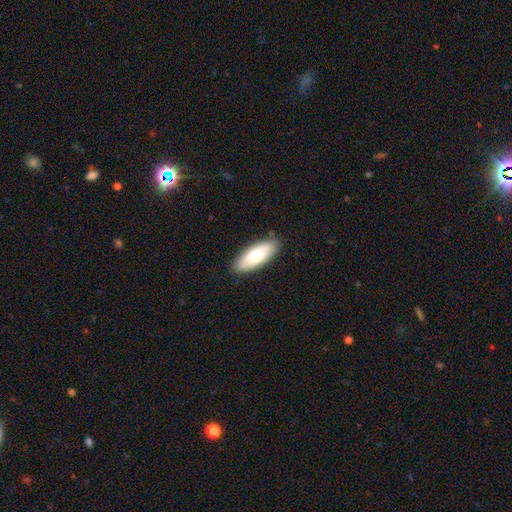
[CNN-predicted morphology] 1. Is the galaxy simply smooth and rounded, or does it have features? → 74% smooth, 21% featured or disk, 5% star or artifact.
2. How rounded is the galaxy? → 75% in between, 24% cigar-shaped, 2% round.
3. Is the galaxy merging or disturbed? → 87% none, 10% minor disturbance, 2% major disturbance, 1% merger.